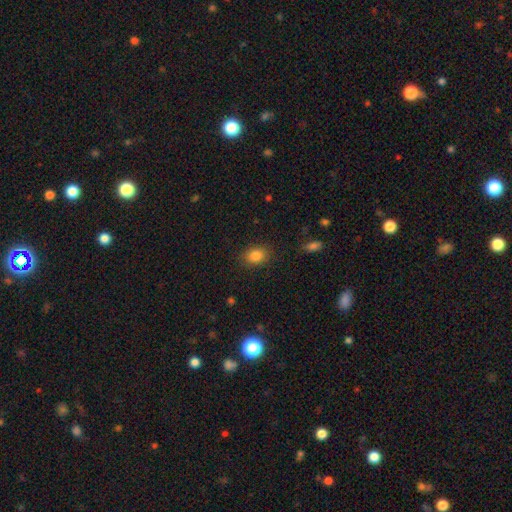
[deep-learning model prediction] This appears to be a smooth galaxy with no disk features (84%) that is in between round and cigar-shaped (66%). Merging: none (86%).